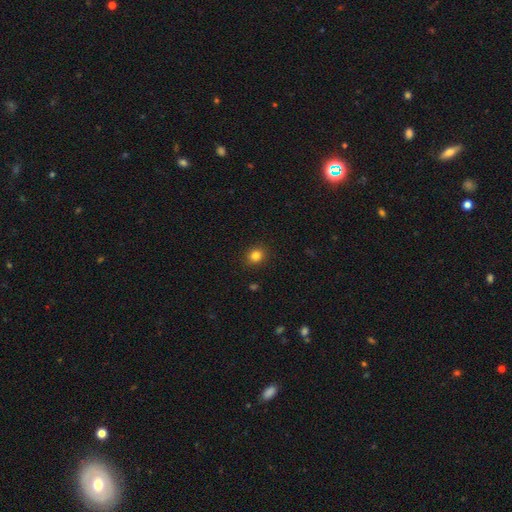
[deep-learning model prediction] The model was most divided on "how rounded": round: 74%, in between: 25%, cigar-shaped: 1%. More confident: merging — none (90%); smooth or featured — smooth (83%).